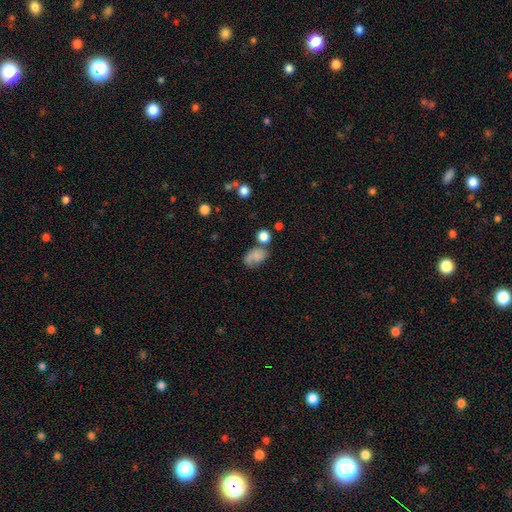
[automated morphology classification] A smooth galaxy with no disk features (66%) that is in between round and cigar-shaped (74%). Merging: none (40%).